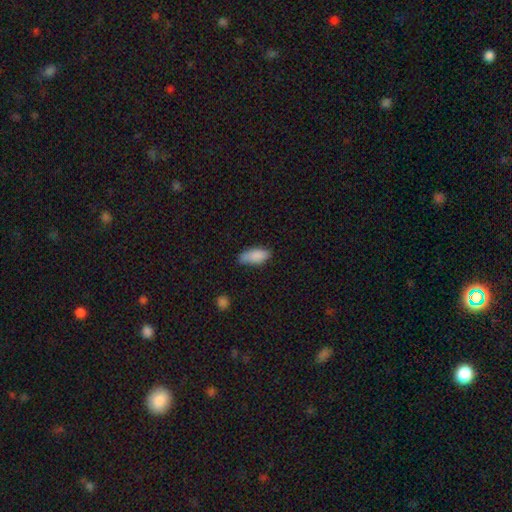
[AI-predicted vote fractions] Smooth or featured? smooth (87%)
How rounded? in between (85%)
Merging? none (64%)